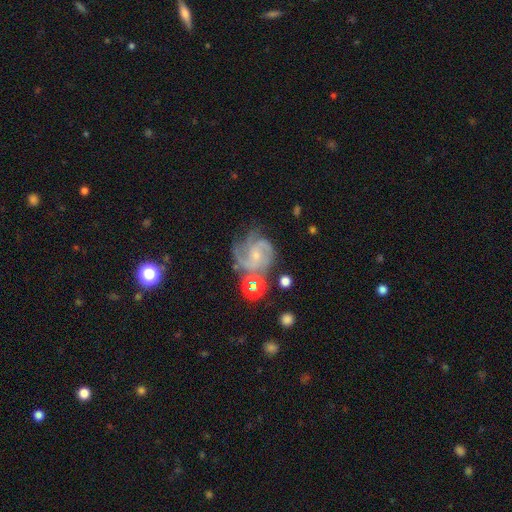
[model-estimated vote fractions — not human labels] A featured or disk galaxy (86%) with no bar (60%), 3 (43%) medium (49%) spiral arms (97%) and a small central bulge (69%). Merging: none (59%).